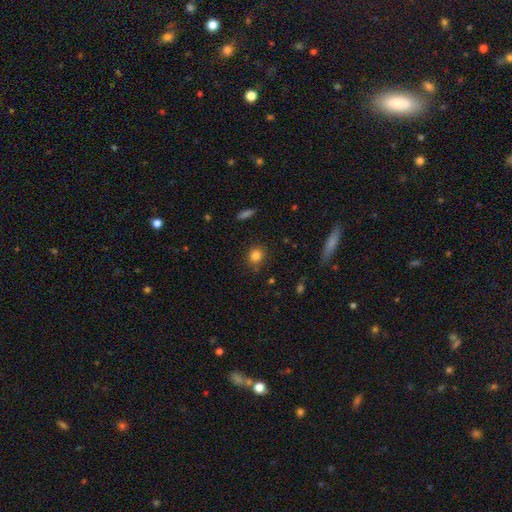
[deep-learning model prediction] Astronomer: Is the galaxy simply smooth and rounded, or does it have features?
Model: smooth — 83%.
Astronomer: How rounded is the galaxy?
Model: round — 79%.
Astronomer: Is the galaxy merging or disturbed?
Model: none — 84%.